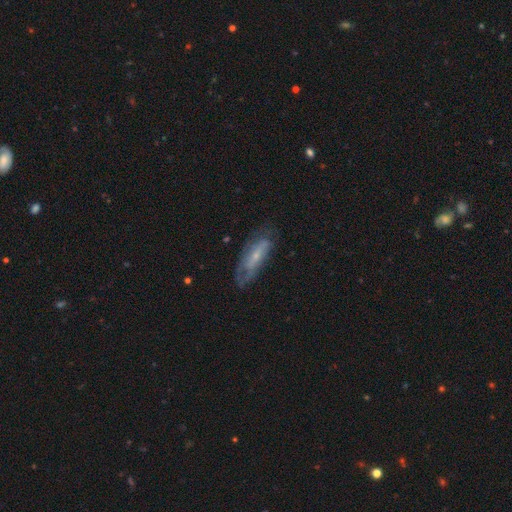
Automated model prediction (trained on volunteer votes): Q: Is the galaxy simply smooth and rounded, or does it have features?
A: featured or disk — 57%.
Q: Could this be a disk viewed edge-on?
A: no — 76%.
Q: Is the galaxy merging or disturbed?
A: none — 59%.